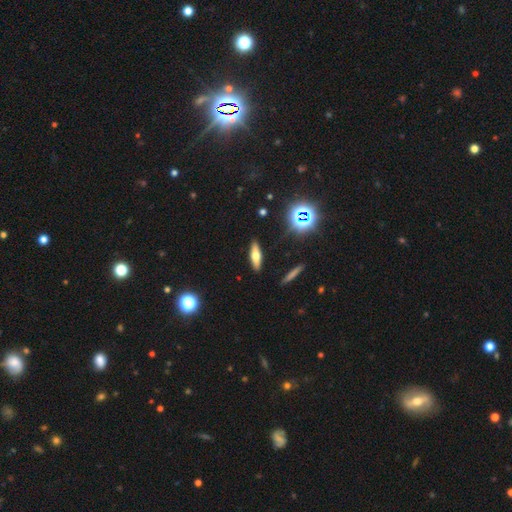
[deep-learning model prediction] A smooth galaxy with no disk features (52%) that is cigar-shaped (55%). Merging: none (89%).